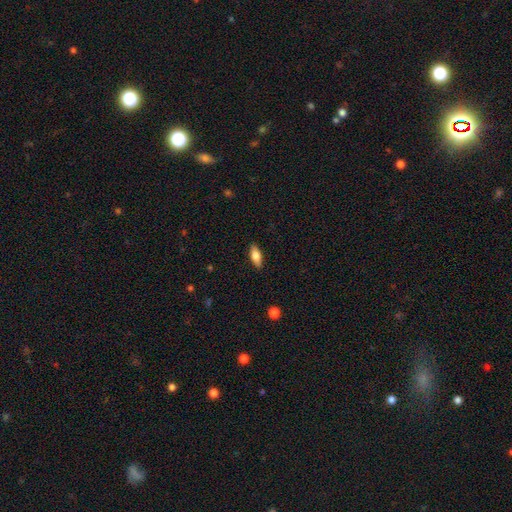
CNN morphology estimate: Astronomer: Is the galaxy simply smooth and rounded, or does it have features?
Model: smooth — 73%.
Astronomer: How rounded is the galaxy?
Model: in between — 77%.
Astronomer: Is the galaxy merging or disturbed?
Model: none — 88%.